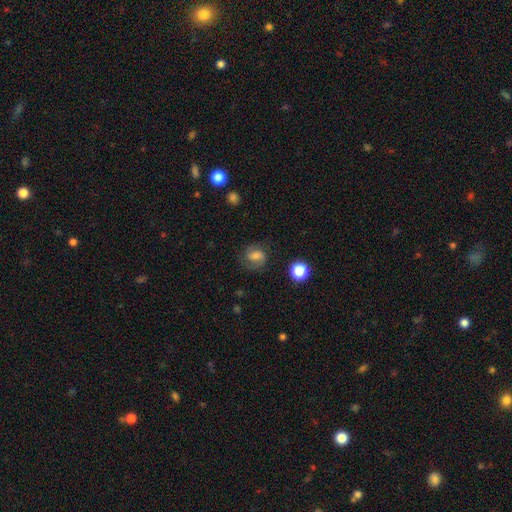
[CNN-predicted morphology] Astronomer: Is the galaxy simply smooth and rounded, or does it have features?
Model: smooth — 46% (runner-up: featured or disk, 42%).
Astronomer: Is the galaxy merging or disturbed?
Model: none — 73%.